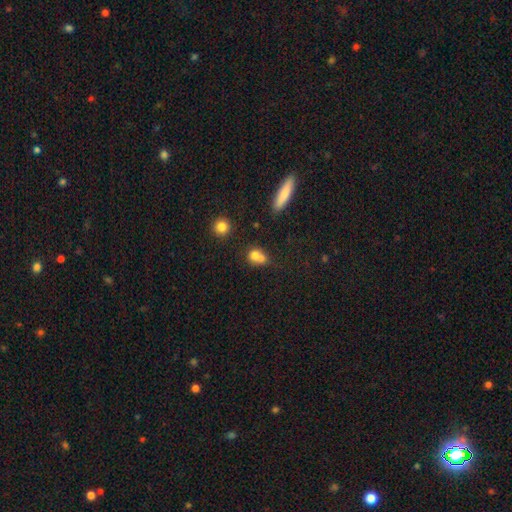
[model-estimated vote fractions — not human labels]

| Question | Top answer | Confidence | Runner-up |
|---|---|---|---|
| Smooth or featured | smooth | 73% | featured or disk (15%) |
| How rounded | round | 62% | in between (36%) |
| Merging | merger | 54% | none (31%) |